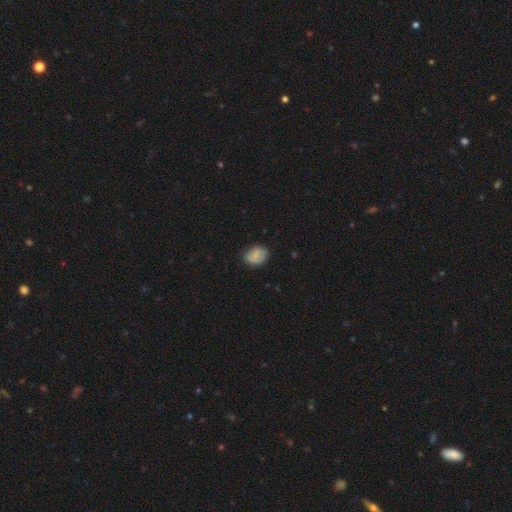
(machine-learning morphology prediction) A smooth galaxy with no disk features (70%) that is in between round and cigar-shaped (61%). Merging: none (69%).